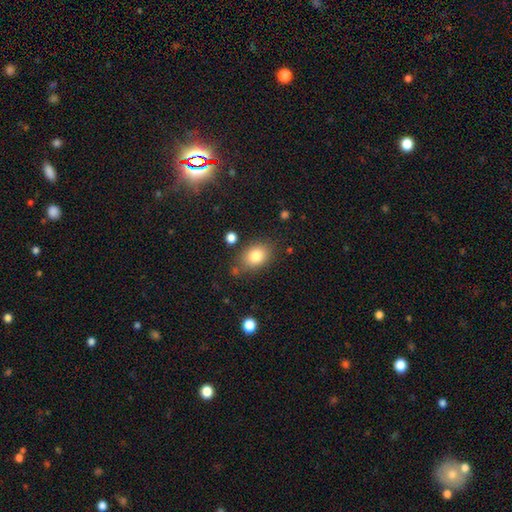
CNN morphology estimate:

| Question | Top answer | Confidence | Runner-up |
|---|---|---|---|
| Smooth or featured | smooth | 81% | featured or disk (10%) |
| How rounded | in between | 69% | round (30%) |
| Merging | none | 75% | minor disturbance (16%) |